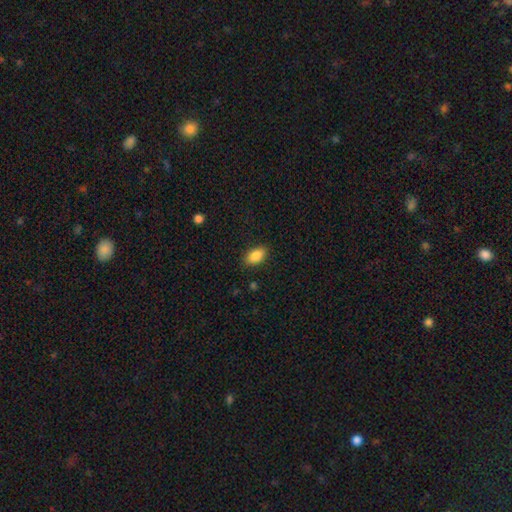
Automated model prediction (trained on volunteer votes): smooth 87%, star or artifact 8%, featured or disk 5%. Down the decision tree: how rounded — in between (91%); merging — none (87%).